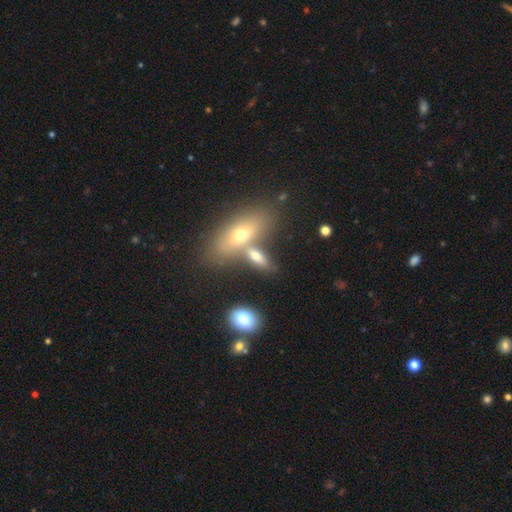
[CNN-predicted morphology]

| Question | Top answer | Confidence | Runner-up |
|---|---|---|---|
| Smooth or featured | smooth | 65% | featured or disk (24%) |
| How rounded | in between | 70% | cigar-shaped (23%) |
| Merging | none | 43% | merger (42%) |